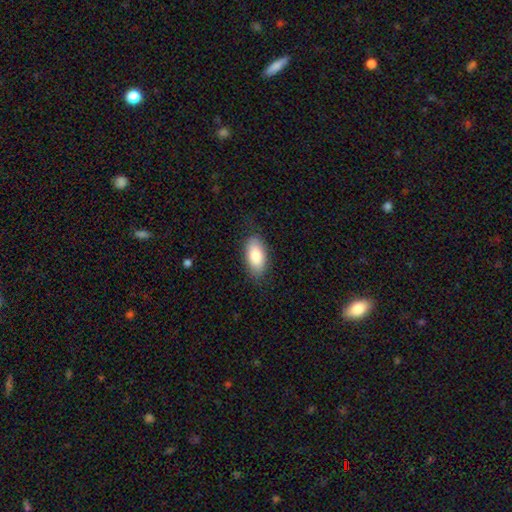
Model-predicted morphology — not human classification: smooth_or_featured: smooth (p=0.83) [alt: featured or disk p=0.10]
how_rounded: in between (p=0.92) [alt: cigar-shaped p=0.05]
merging: none (p=0.82) [alt: minor disturbance p=0.13]